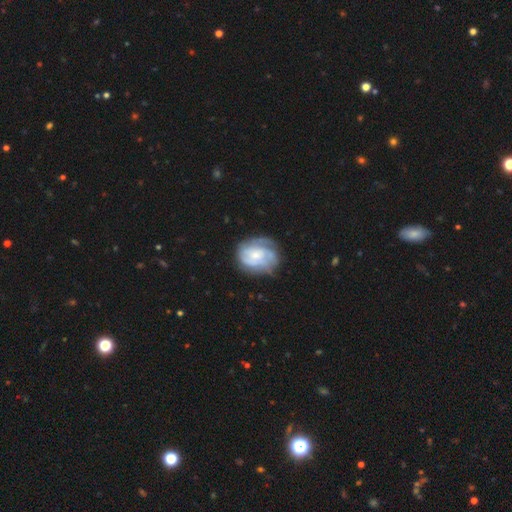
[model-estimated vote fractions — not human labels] A featured or disk galaxy (73%) with no bar (71%), tight (53%) spiral arms (89%) and a small central bulge (58%).

Vote fractions:
- Smooth or featured? featured or disk: 73% / smooth: 21% / star or artifact: 6%
- Edge-on disk? no: 98% / yes: 2%
- Bar? no: 71% / weak: 24% / strong: 4%
- Spiral arms? yes: 89% / no: 11%
- Spiral winding? tight: 53% / medium: 35% / loose: 12%
- Spiral arm count? can't tell: 35% / 2: 28% / 3: 22% / 4: 6% / 1: 6% / more than 4: 4%
- Bulge size? small: 58% / moderate: 33% / none: 4% / large: 4% / dominant: 1%
- Merging? none: 62% / minor disturbance: 24% / major disturbance: 12% / merger: 2%